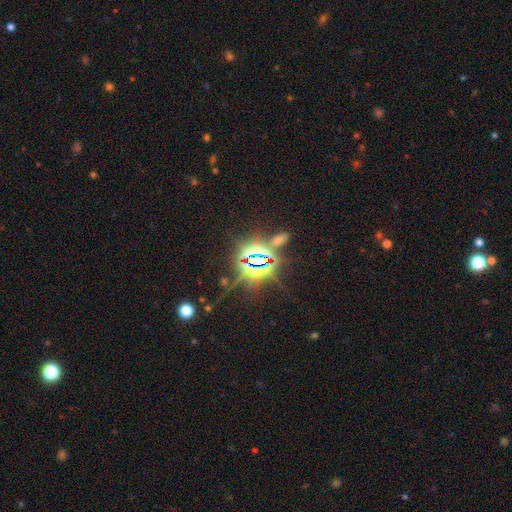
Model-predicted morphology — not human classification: This appears to be a star or artifact, not a galaxy (83%).